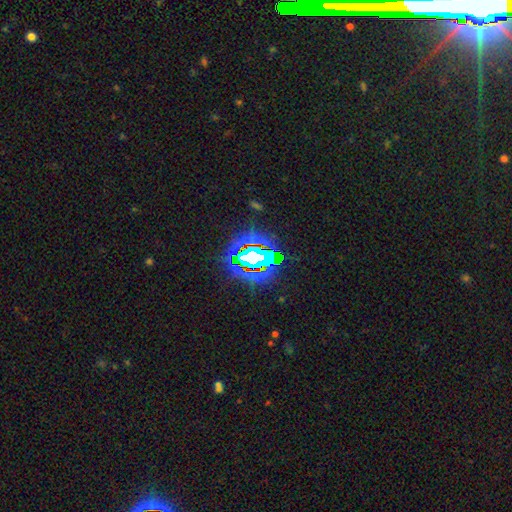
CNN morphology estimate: This is likely a star or artifact rather than a galaxy (68%).